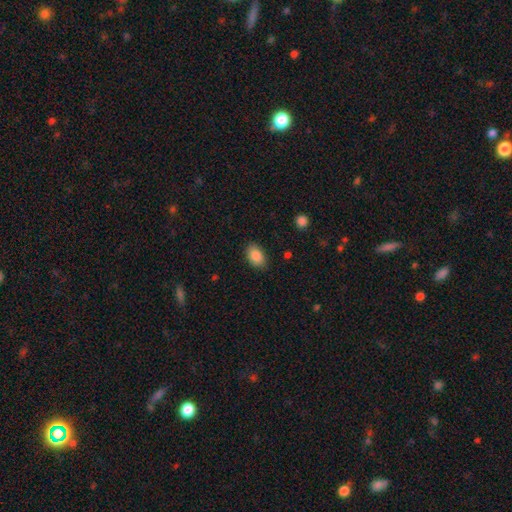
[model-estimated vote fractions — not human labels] smooth_or_featured: smooth (p=0.87) [alt: star or artifact p=0.08]
how_rounded: in between (p=0.87) [alt: round p=0.12]
merging: none (p=0.84) [alt: minor disturbance p=0.12]